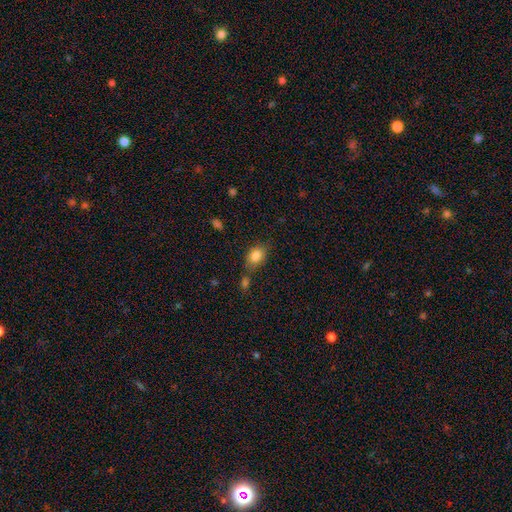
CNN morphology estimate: type=smooth (84%); roundness=in between (75%); merging=none (57%).